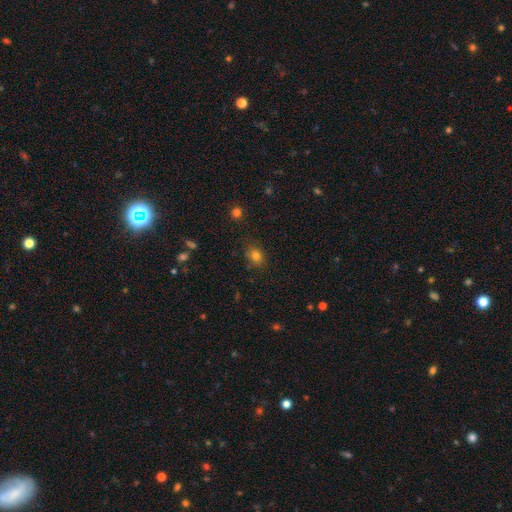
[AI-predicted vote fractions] smooth 79%, star or artifact 13%, featured or disk 7%. Down the decision tree: how rounded — round (55%); merging — none (77%).